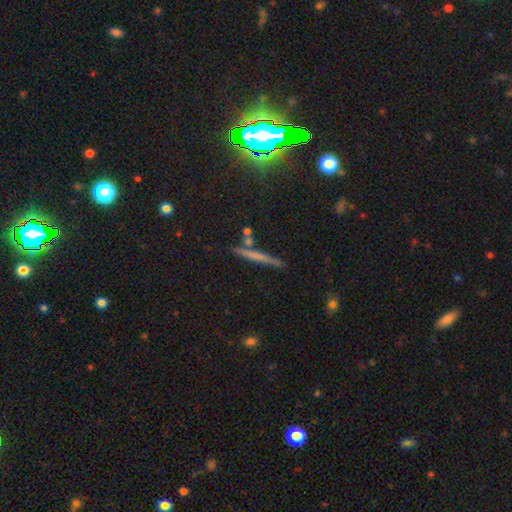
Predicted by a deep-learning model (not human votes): The model was most divided on "smooth or featured": smooth: 50%, featured or disk: 36%, star or artifact: 14%. More confident: merging — none (82%).